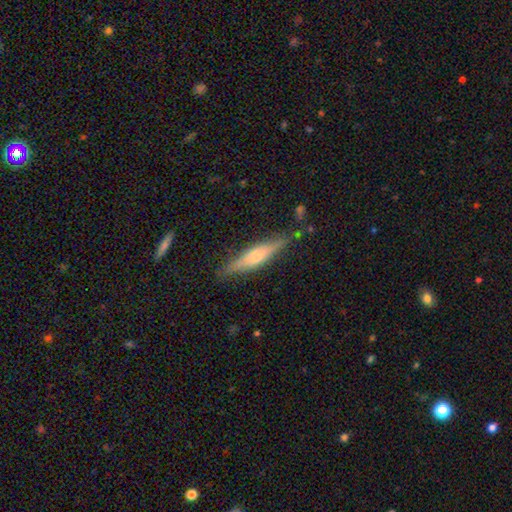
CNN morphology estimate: This is possibly a featured or disk galaxy (54%). It is clearly viewed edge-on (94%). Edge-on bulge: likely rounded (69%). Merging: clearly none (83%).